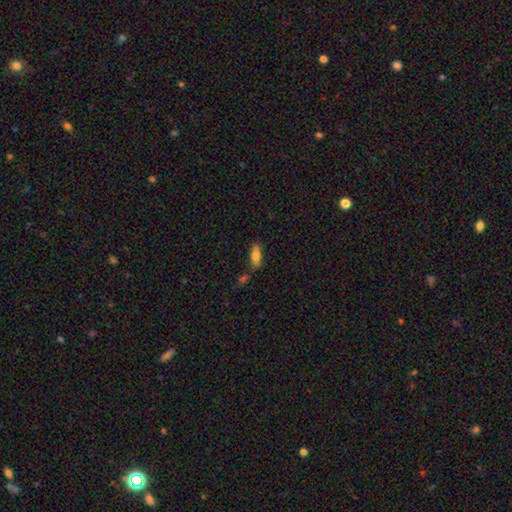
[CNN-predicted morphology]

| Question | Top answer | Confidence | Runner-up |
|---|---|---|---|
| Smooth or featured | smooth | 79% | featured or disk (13%) |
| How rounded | in between | 73% | cigar-shaped (24%) |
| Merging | none | 72% | minor disturbance (15%) |